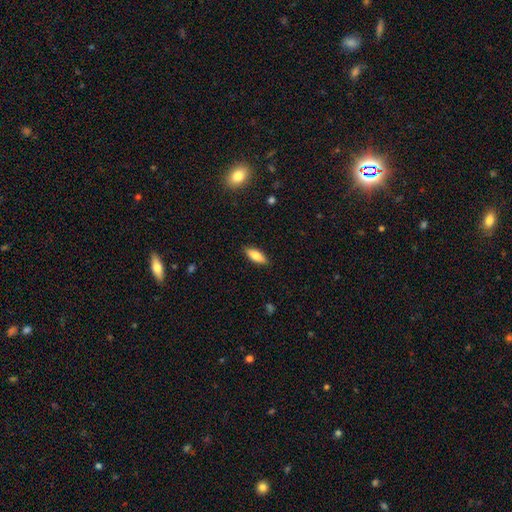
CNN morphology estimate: Smooth or featured? Predicted: smooth (p=0.80). How rounded? Predicted: in between (p=0.68). Merging? Predicted: none (p=0.88).